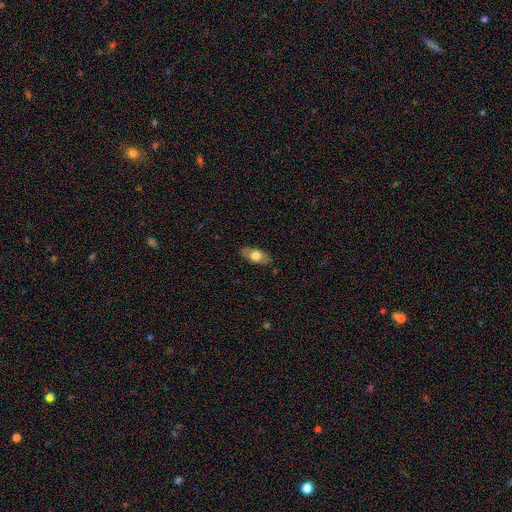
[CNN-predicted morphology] Smooth or featured: smooth — 66% (featured or disk — 28%)
How rounded: in between — 87% (cigar-shaped — 9%)
Merging: none — 85% (minor disturbance — 12%)